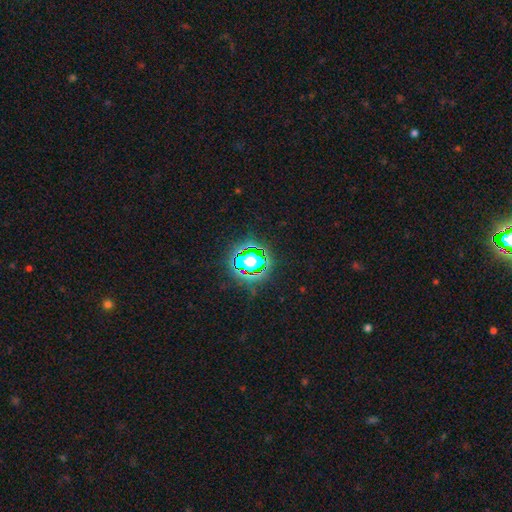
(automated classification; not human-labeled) Smooth or featured?
  - star or artifact: 80% *
  - smooth: 14%
  - featured or disk: 7%